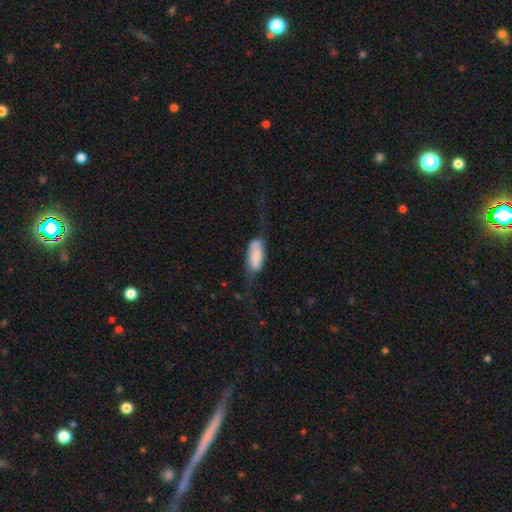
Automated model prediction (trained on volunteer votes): Smooth or featured: smooth — 64% (featured or disk — 30%)
How rounded: in between — 84% (cigar-shaped — 13%)
Merging: major disturbance — 34% (tied with none — 34%)